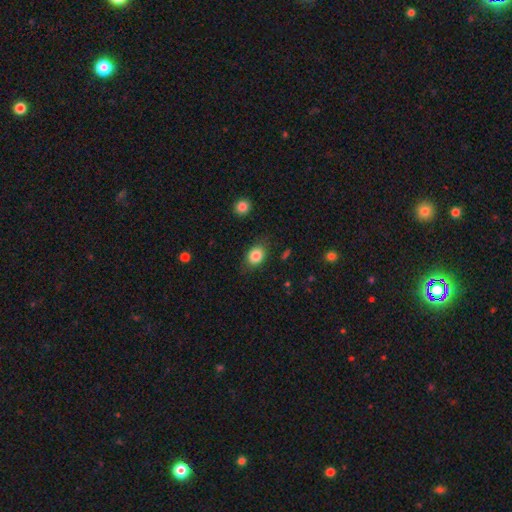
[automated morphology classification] This appears to be a smooth galaxy with no disk features (85%) that is in between round and cigar-shaped (56%). Merging: none (77%).